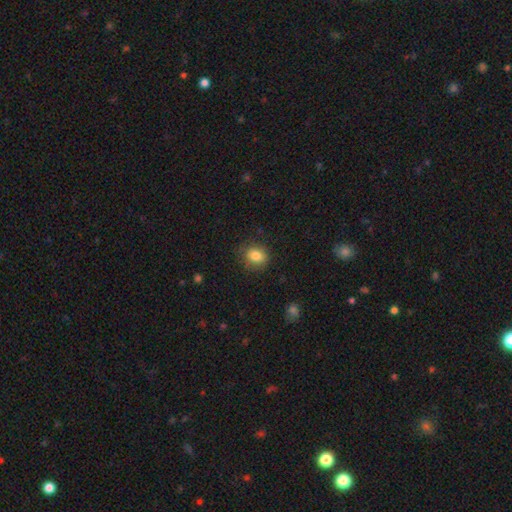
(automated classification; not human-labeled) smooth_or_featured: smooth (p=0.84) [alt: star or artifact p=0.10]
how_rounded: round (p=0.58) [alt: in between p=0.41]
merging: none (p=0.78) [alt: minor disturbance p=0.16]